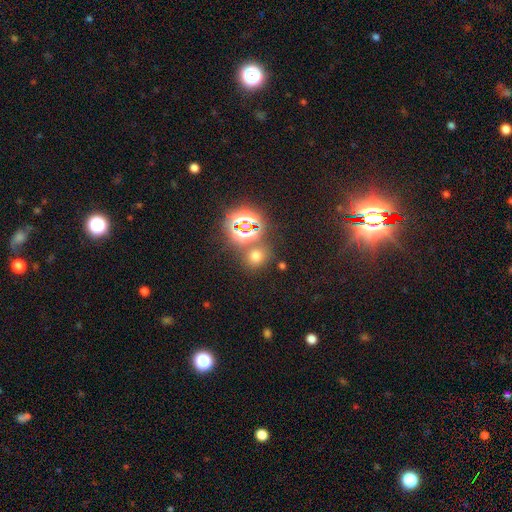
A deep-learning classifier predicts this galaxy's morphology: Smooth or featured?
  - smooth: 60% *
  - star or artifact: 33%
  - featured or disk: 7%
How rounded?
  - round: 82% *
  - in between: 17%
  - cigar-shaped: 1%
Merging?
  - none: 74% *
  - merger: 14%
  - minor disturbance: 9%
  - major disturbance: 4%